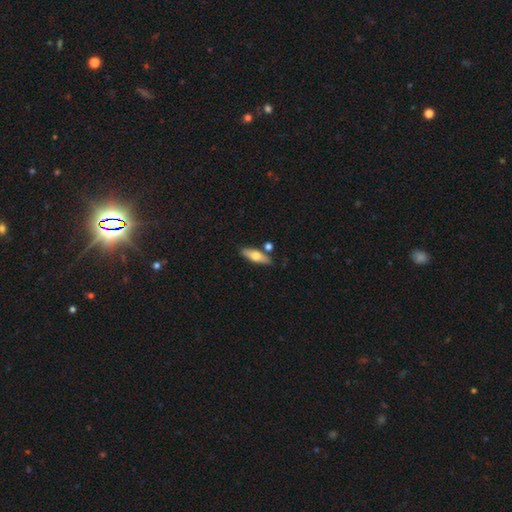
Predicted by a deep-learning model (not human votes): Morphology: type=smooth (56%); roundness=cigar-shaped (49%); merging=none (79%).